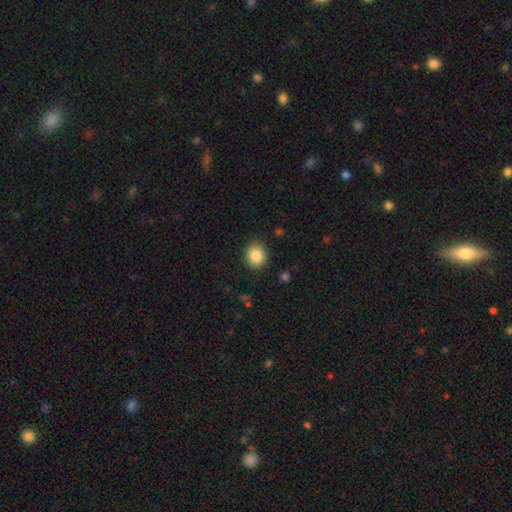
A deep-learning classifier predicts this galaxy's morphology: type=smooth (87%); roundness=round (73%); merging=none (88%).